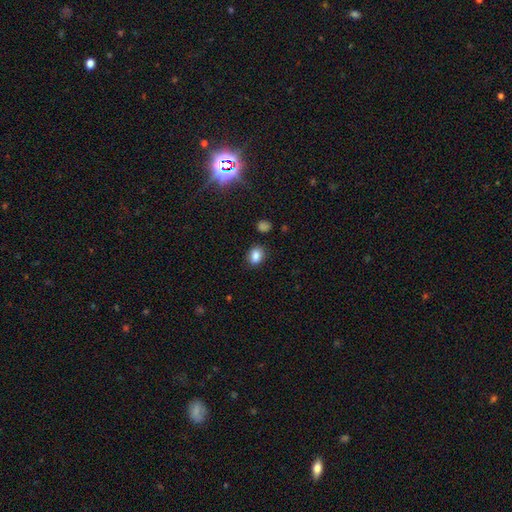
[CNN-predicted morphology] The model was most divided on "how rounded": in between: 58%, round: 41%, cigar-shaped: 1%. More confident: smooth or featured — smooth (85%); merging — none (83%).